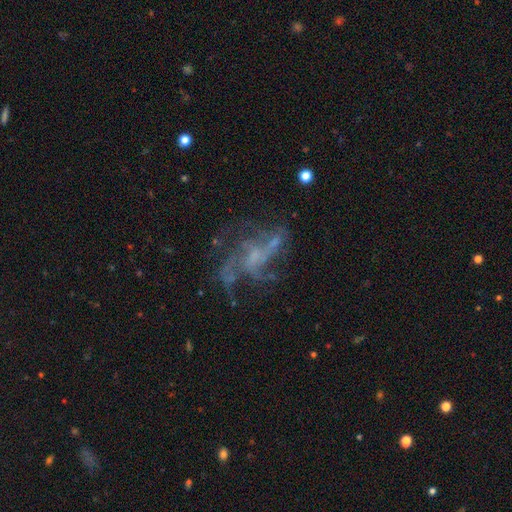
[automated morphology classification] Smooth or featured? featured or disk (77%)
Edge-on disk? no (96%)
Bar? no (59%)
Spiral arms? yes (85%)
Spiral winding? loose (45%)
Spiral arm count? 4 (26%)
Bulge size? none (42%)
Merging? none (57%)